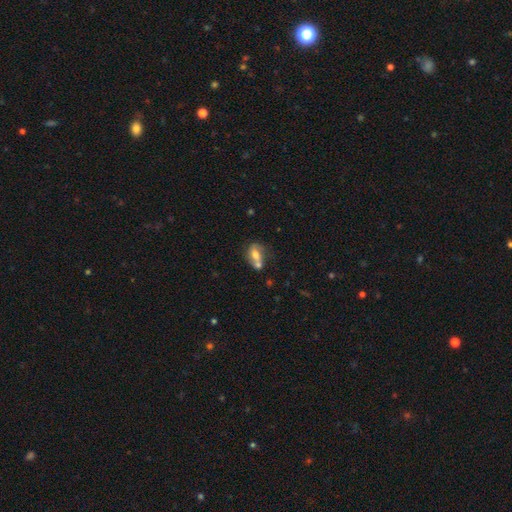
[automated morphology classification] Smooth or featured? smooth (60%)
How rounded? in between (72%)
Merging? merger (48%)